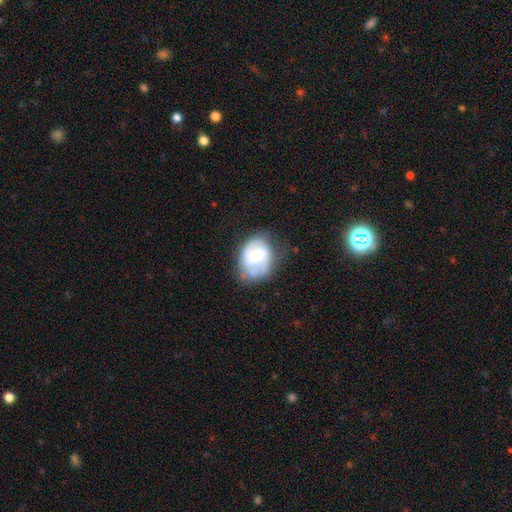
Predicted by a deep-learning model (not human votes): Overall: featured or disk (66%; smooth 28%). Edge-on disk: no (98%). Bar: weak (47%; no 34%). Spiral arms: yes (79%). Spiral arm count: 2 (67%). Spiral winding: medium (45%; tight 34%). Bulge size: small (40%; moderate 37%). Merging: none (54%; minor disturbance 28%).